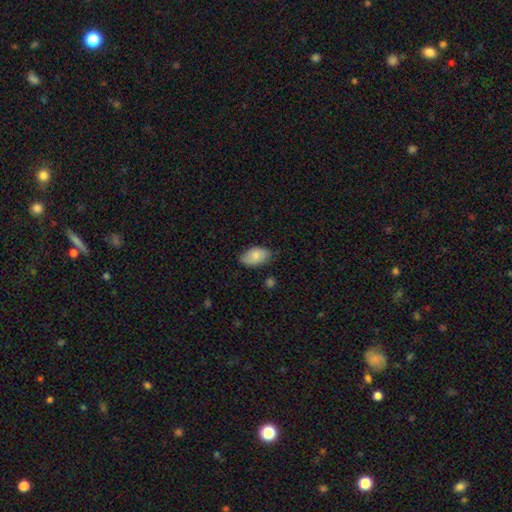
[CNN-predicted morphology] Smooth or featured? Predicted: smooth (p=0.82). How rounded? Predicted: in between (p=0.93). Merging? Predicted: none (p=0.71).